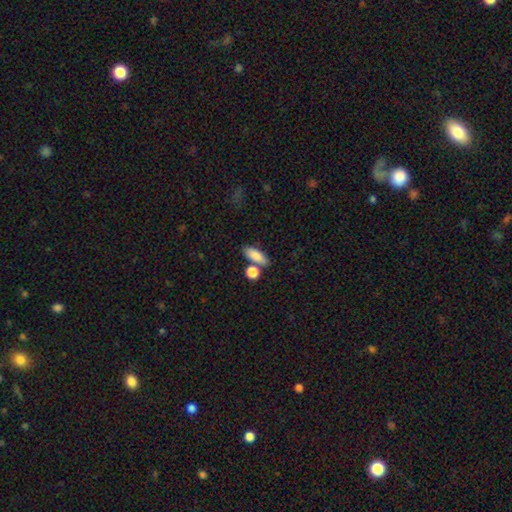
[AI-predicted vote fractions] A smooth galaxy with no disk features (84%) that is in between round and cigar-shaped (67%). Merging: none (69%).